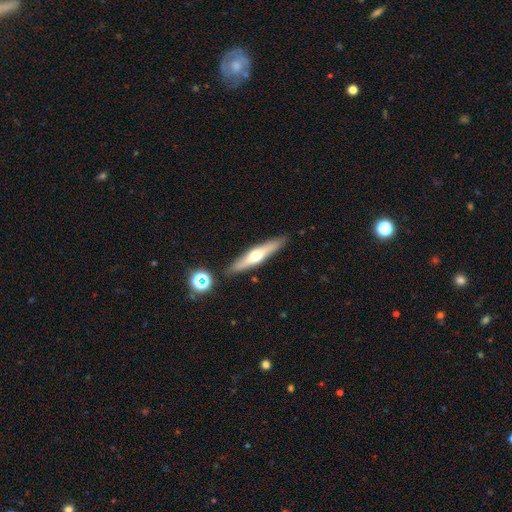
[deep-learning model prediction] The model was most divided on "smooth or featured": featured or disk: 55%, smooth: 38%, star or artifact: 6%. More confident: edge-on disk — yes (93%); edge-on bulge — rounded (91%); merging — none (88%).